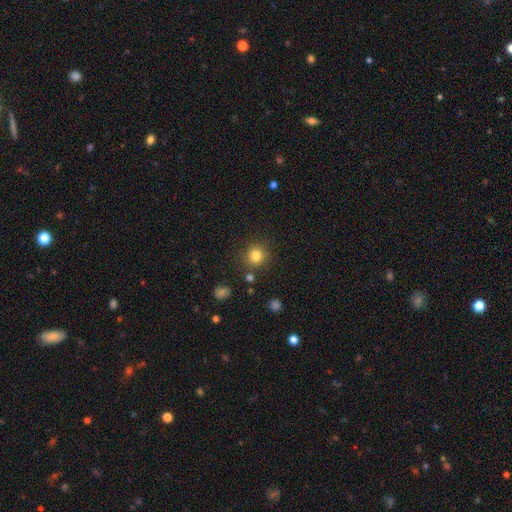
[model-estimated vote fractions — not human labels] Morphology: type=smooth (81%); roundness=round (91%); merging=none (85%).